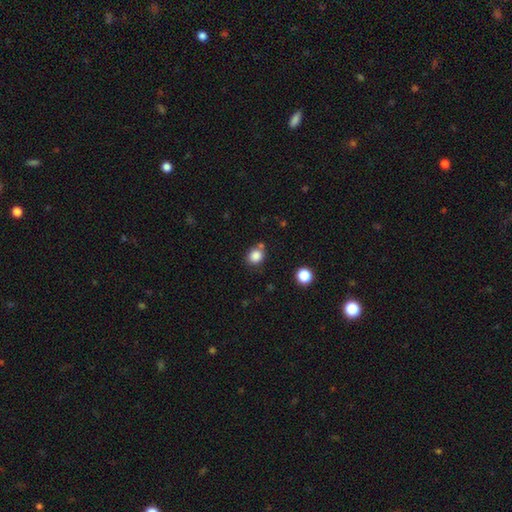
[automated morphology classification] This is clearly a smooth galaxy (84%). How rounded: likely round (74%). Merging: likely none (71%).